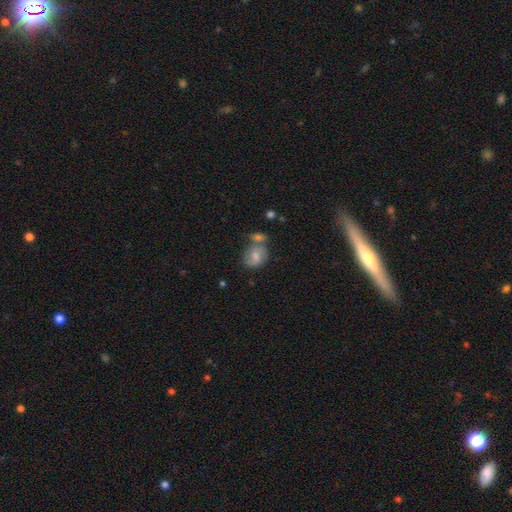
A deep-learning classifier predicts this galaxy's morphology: A smooth galaxy with no disk features (58%) that is round (50%).

Vote fractions:
- Smooth or featured? smooth: 58% / featured or disk: 33% / star or artifact: 9%
- How rounded? round: 50% / in between: 48% / cigar-shaped: 1%
- Merging? none: 47% / merger: 29% / minor disturbance: 18% / major disturbance: 6%